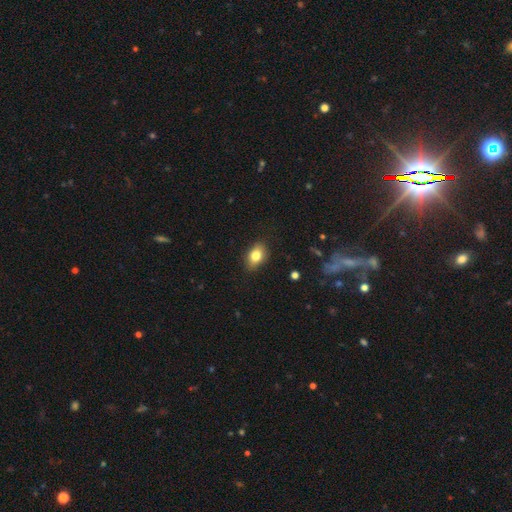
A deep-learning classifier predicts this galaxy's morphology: Overall: smooth (81%). How rounded: in between (80%). Merging: none (85%).